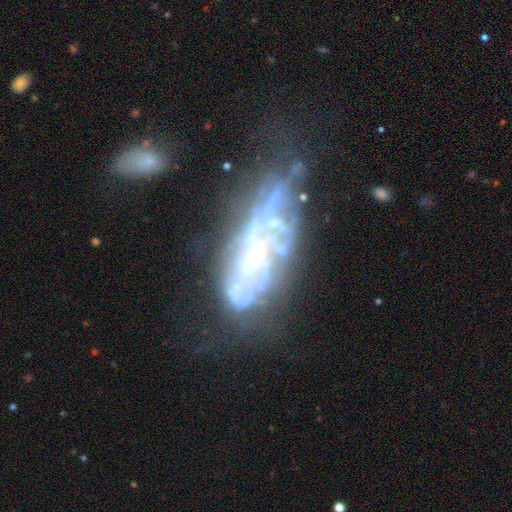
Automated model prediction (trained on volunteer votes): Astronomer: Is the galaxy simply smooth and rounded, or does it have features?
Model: featured or disk — 74%.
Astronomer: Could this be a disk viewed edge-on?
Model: no — 84%.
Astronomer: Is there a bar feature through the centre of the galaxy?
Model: no — 71%.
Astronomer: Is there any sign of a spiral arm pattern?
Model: no — 59% (runner-up: yes, 41%).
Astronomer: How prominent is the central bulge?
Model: small — 51% (runner-up: moderate, 30%).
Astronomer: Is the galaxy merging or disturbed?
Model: none — 34% (runner-up: major disturbance, 30%).